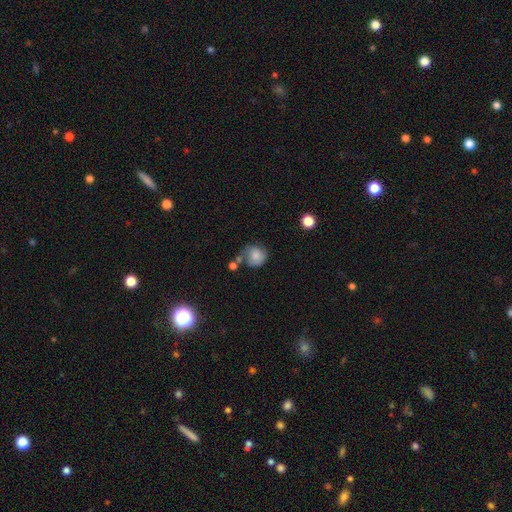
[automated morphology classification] smooth_or_featured: smooth (p=0.72) [alt: featured or disk p=0.19]
how_rounded: round (p=0.81) [alt: in between p=0.18]
merging: none (p=0.47) [alt: minor disturbance p=0.26]